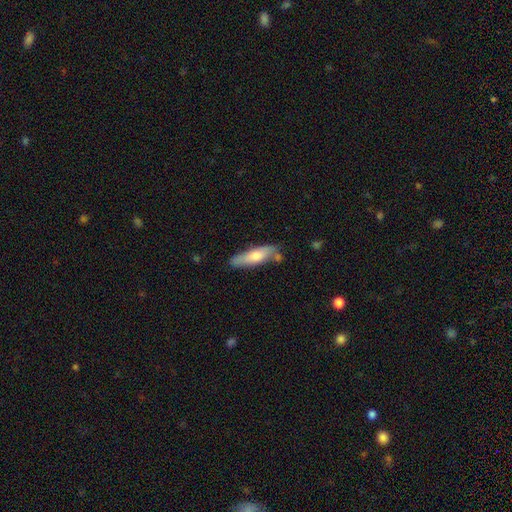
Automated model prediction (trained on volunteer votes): Q: Smooth or featured?
A: smooth (60%); runner-up: featured or disk (35%)
Q: How rounded?
A: cigar-shaped (66%); runner-up: in between (32%)
Q: Merging?
A: none (75%); runner-up: minor disturbance (17%)